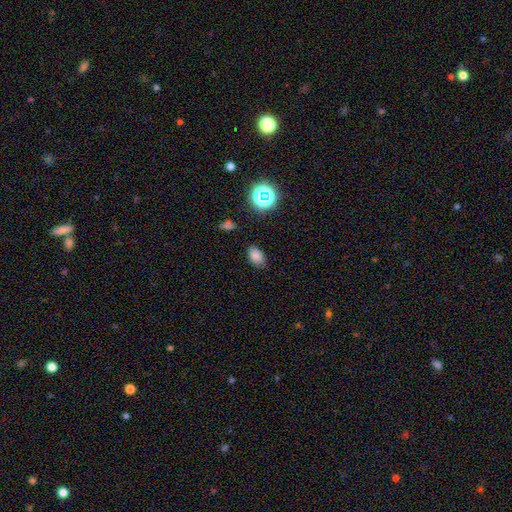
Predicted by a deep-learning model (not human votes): Morphology: type=smooth (78%); roundness=in between (86%); merging=none (82%).